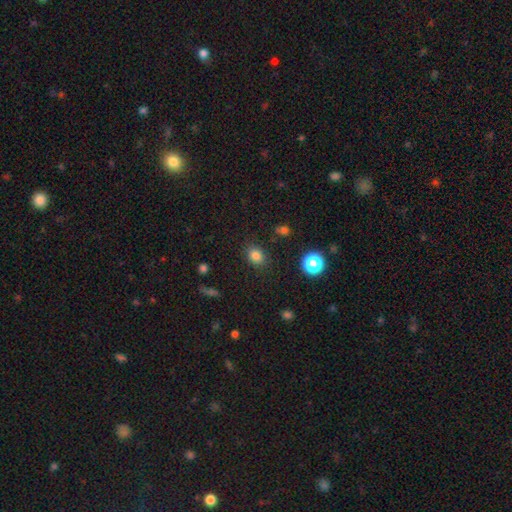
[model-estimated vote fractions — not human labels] Smooth or featured? smooth (80%)
How rounded? round (54%)
Merging? none (85%)